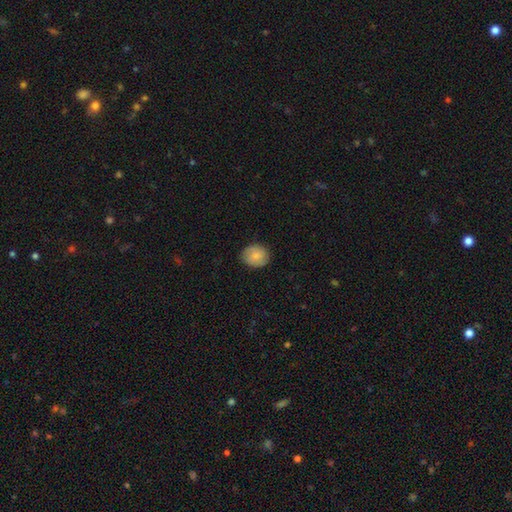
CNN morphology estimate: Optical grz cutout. It shows a smooth galaxy with no disk features (80%) that is round (69%). Merging: none (82%).